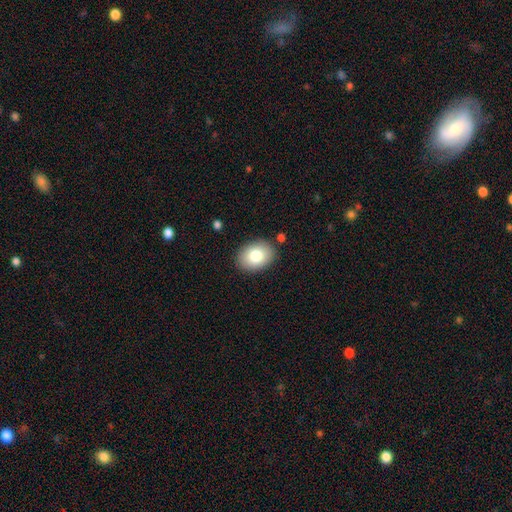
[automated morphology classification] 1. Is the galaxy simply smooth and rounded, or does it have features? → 81% smooth, 12% featured or disk, 8% star or artifact.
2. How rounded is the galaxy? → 77% in between, 22% round, 1% cigar-shaped.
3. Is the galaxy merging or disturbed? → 87% none, 9% minor disturbance, 2% major disturbance, 2% merger.